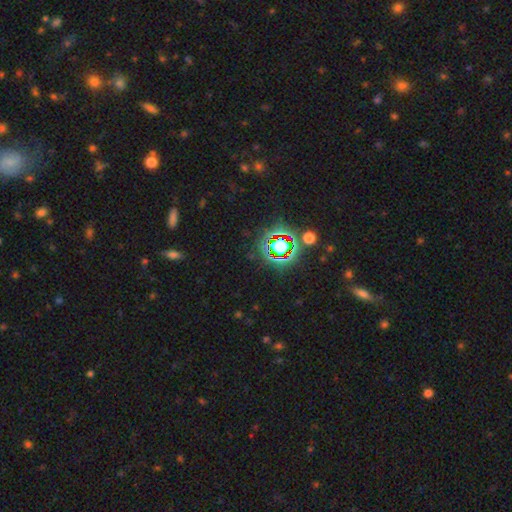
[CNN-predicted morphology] A star or artifact, not a galaxy (76%).